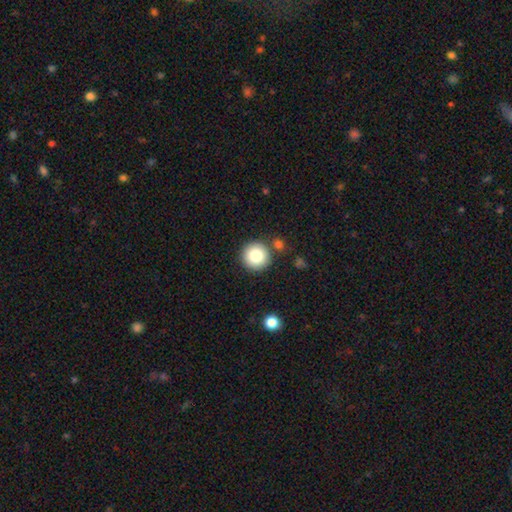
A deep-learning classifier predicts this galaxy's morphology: smooth_or_featured: smooth (p=0.82) [alt: star or artifact p=0.10]
how_rounded: round (p=0.96) [alt: in between p=0.03]
merging: none (p=0.84) [alt: minor disturbance p=0.07]